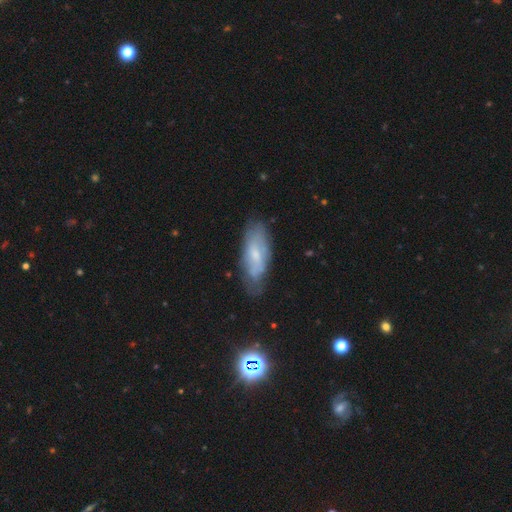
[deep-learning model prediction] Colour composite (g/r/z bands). It shows a smooth galaxy with no disk features (46%). Merging: none (71%).